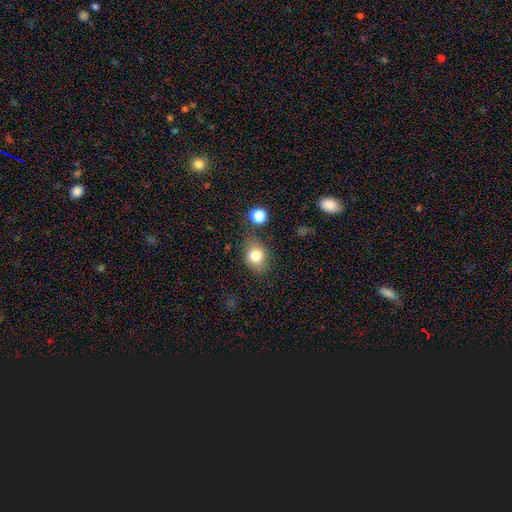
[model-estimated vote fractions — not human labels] This appears to be a smooth galaxy with no disk features (77%) that is in between round and cigar-shaped (64%). Merging: none (74%).